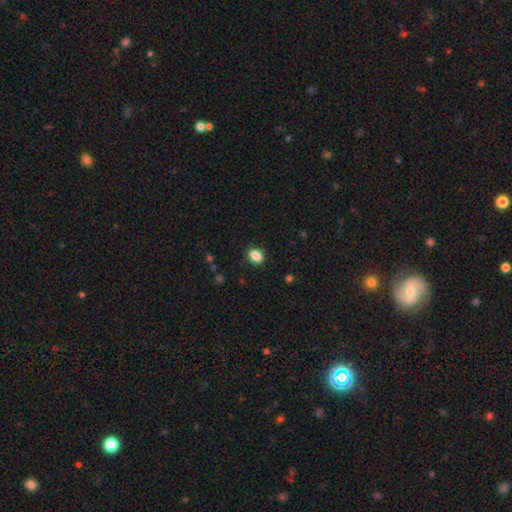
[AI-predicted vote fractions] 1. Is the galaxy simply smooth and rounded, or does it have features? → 87% smooth, 9% star or artifact, 4% featured or disk.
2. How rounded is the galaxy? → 67% in between, 32% round, 1% cigar-shaped.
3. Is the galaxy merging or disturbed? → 88% none, 9% minor disturbance, 2% major disturbance, 1% merger.